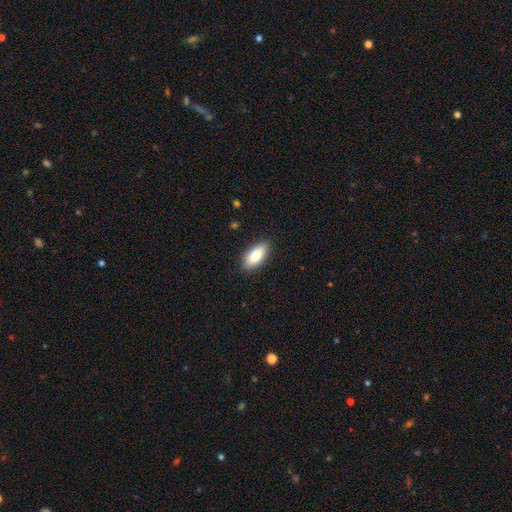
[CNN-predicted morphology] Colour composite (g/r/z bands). It shows a smooth galaxy with no disk features (80%) that is in between round and cigar-shaped (87%). Merging: none (87%).